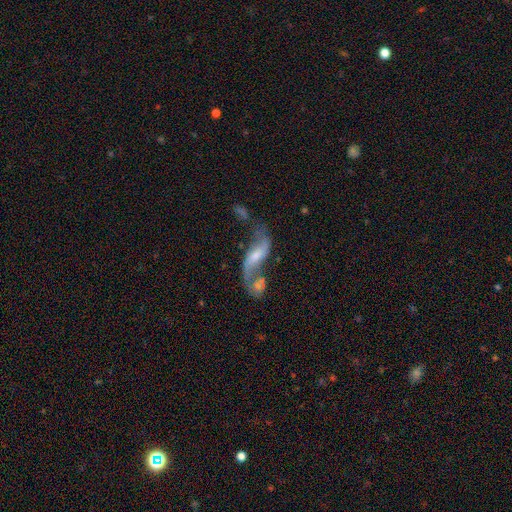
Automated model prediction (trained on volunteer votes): smooth_or_featured: featured or disk (p=0.77) [alt: smooth p=0.15]
disk_edge_on: no (p=0.90) [alt: yes p=0.10]
bar: weak (p=0.41) [alt: no p=0.37]
has_spiral_arms: yes (p=0.88) [alt: no p=0.12]
spiral_winding: loose (p=0.83) [alt: medium p=0.13]
spiral_arm_count: 2 (p=0.86) [alt: 1 p=0.06]
bulge_size: small (p=0.43) [alt: moderate p=0.40]
merging: merger (p=0.39) [alt: none p=0.32]